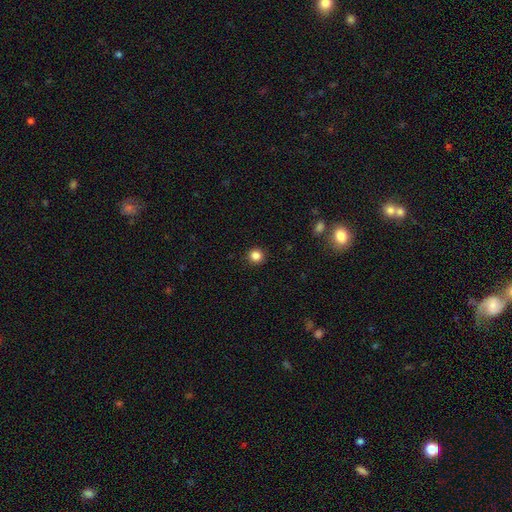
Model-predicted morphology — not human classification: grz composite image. It shows a smooth galaxy with no disk features (84%) that is round (93%). Merging: none (92%).